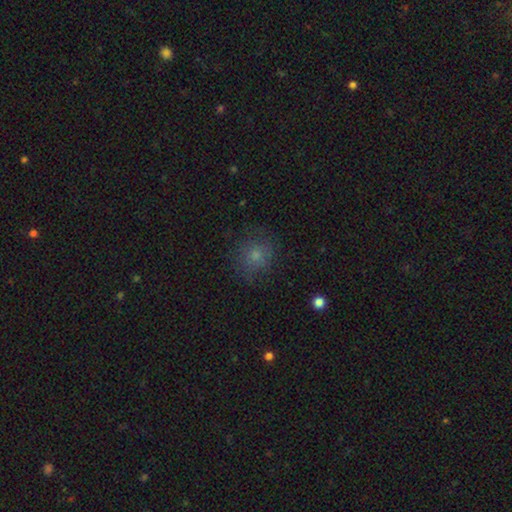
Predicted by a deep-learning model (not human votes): Overall: smooth (73%). How rounded: round (83%). Merging: none (75%).